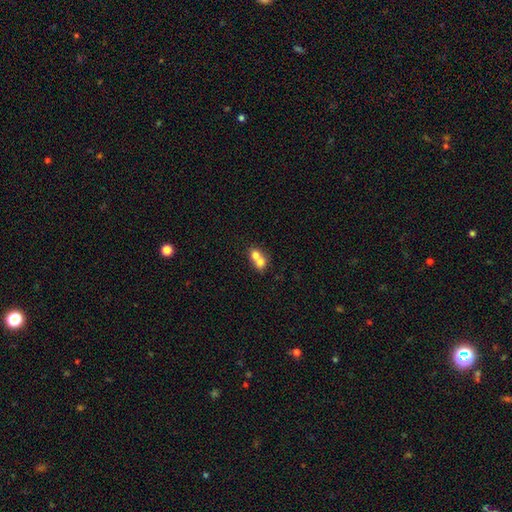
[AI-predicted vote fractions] This is likely a smooth galaxy (69%). How rounded: possibly round (60%). Merging: likely merger (74%).